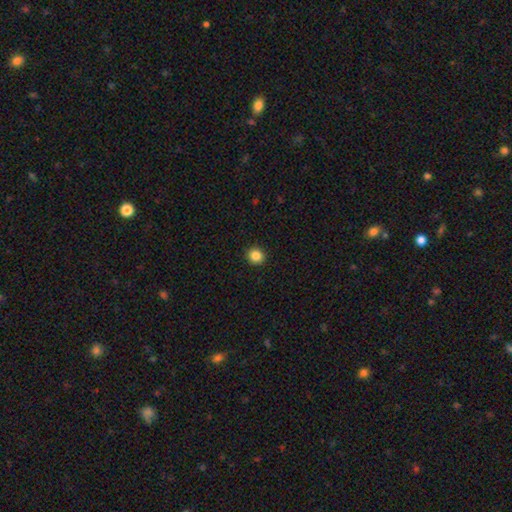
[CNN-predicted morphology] Smooth or featured? Predicted: smooth (p=0.86). How rounded? Predicted: round (p=0.91). Merging? Predicted: none (p=0.93).